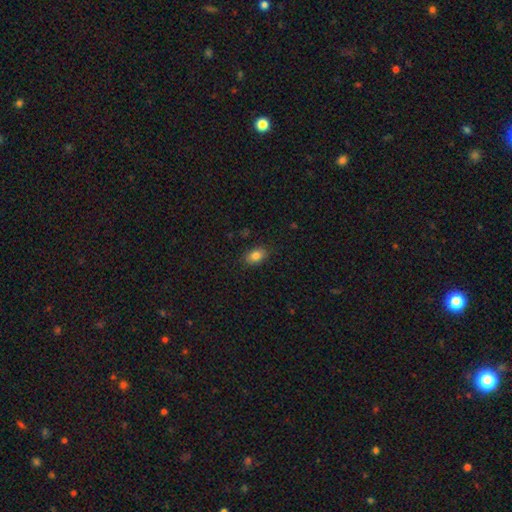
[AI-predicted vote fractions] smooth_or_featured: smooth (p=0.84) [alt: star or artifact p=0.09]
how_rounded: in between (p=0.84) [alt: round p=0.15]
merging: none (p=0.86) [alt: minor disturbance p=0.10]